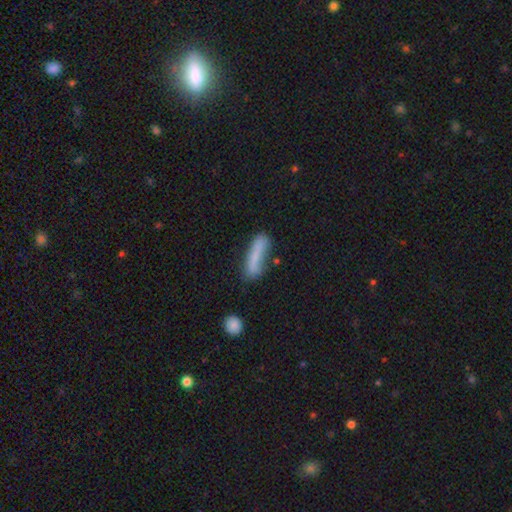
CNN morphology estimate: smooth_or_featured: smooth (p=0.75) [alt: featured or disk p=0.17]
how_rounded: cigar-shaped (p=0.75) [alt: in between p=0.23]
merging: none (p=0.58) [alt: minor disturbance p=0.24]